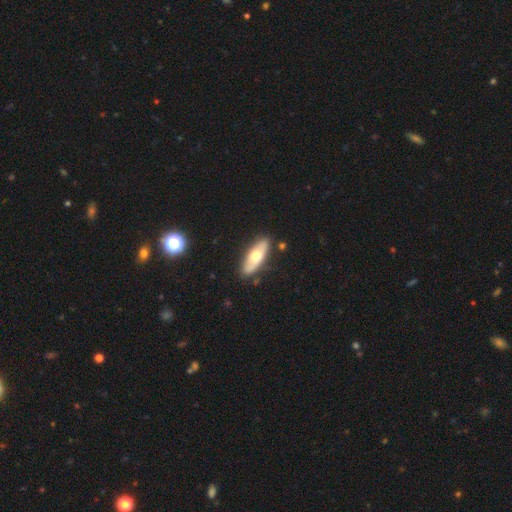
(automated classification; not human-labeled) This appears to be a smooth galaxy with no disk features (52%) that is in between round and cigar-shaped (71%). Merging: none (85%).